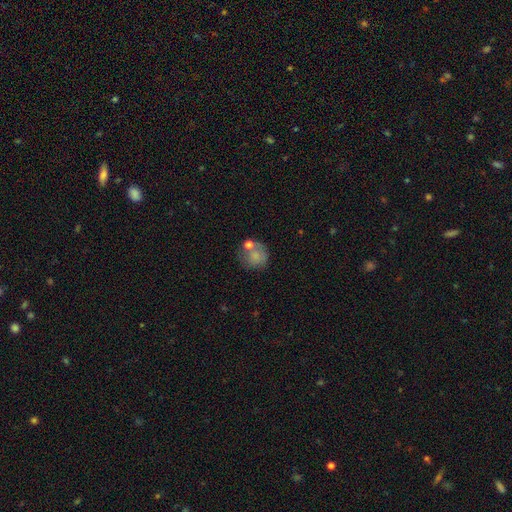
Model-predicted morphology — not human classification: This is likely a smooth galaxy (69%). How rounded: clearly round (80%). Merging: possibly none (46%).